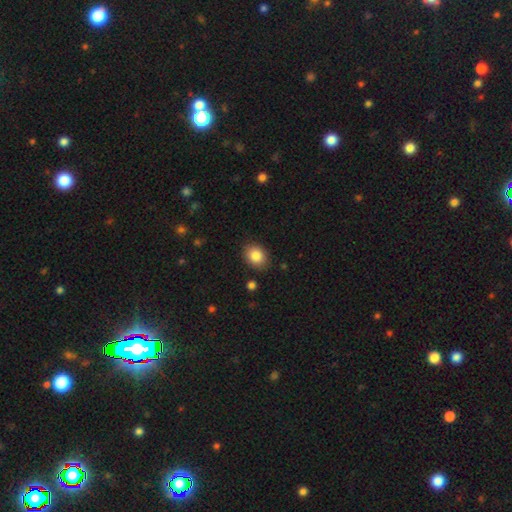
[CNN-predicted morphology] This is clearly a smooth galaxy (86%). How rounded: possibly in between (58%). Merging: clearly none (86%).